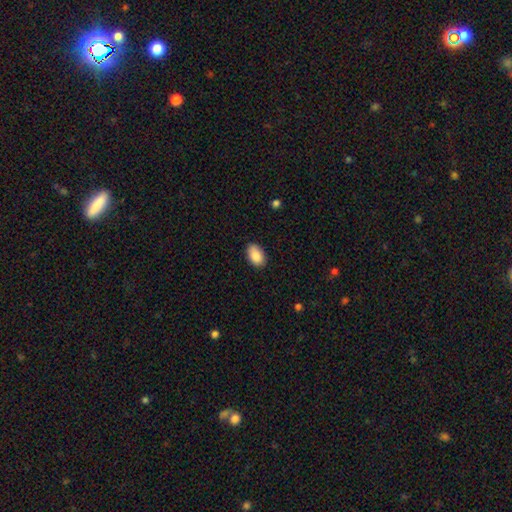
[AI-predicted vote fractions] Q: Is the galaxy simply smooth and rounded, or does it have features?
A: smooth — 88%.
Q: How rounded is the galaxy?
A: in between — 91%.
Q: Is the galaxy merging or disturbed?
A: none — 83%.